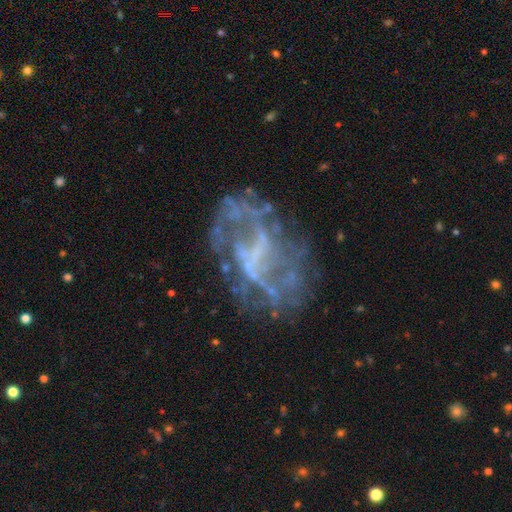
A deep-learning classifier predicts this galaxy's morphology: Smooth or featured? featured or disk (82%)
Edge-on disk? no (98%)
Bar? no (42%)
Spiral arms? yes (65%)
Spiral winding? loose (50%)
Spiral arm count? 2 (43%)
Bulge size? none (63%)
Merging? none (53%)